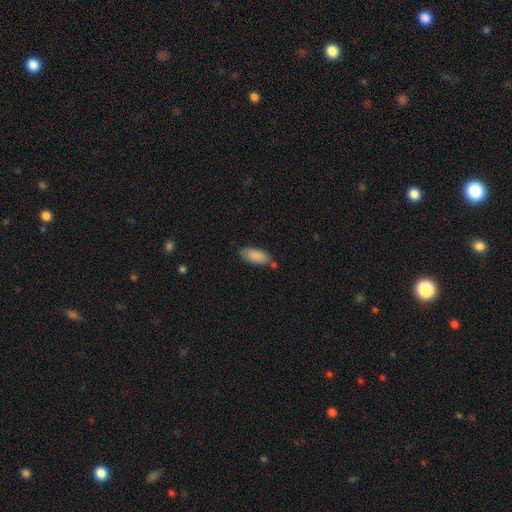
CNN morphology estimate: type=smooth (87%); roundness=in between (83%); merging=none (67%).